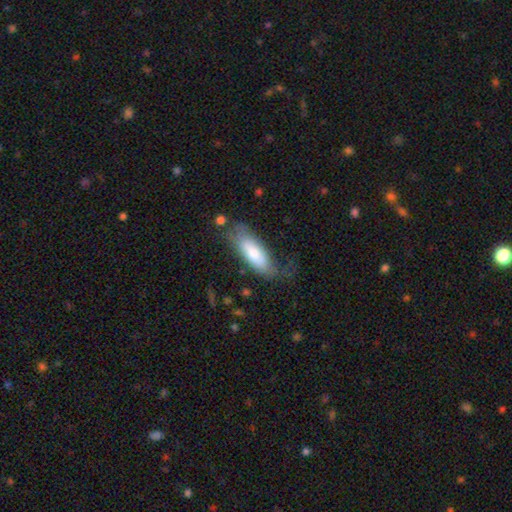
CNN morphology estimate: smooth 69%, featured or disk 25%, star or artifact 6%. Down the decision tree: how rounded — in between (66%); merging — none (50%).